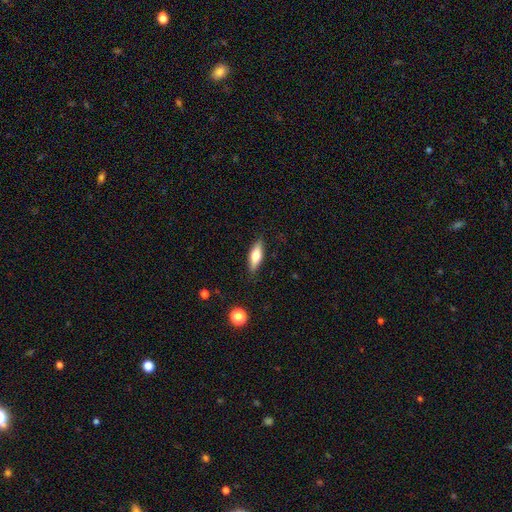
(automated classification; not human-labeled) Overall: smooth (61%; featured or disk 32%). How rounded: in between (55%; cigar-shaped 42%). Merging: none (86%).